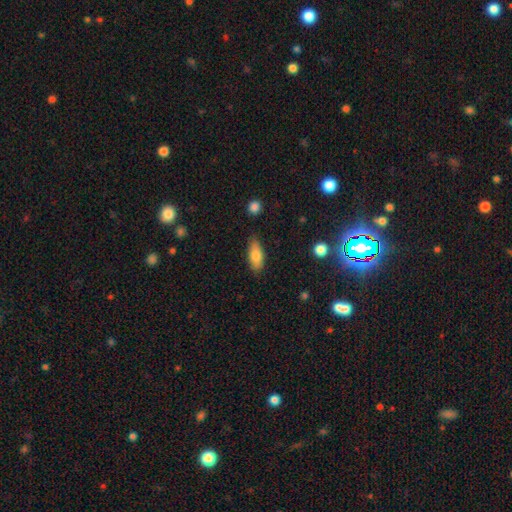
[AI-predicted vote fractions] Smooth or featured: smooth — 79% (featured or disk — 14%)
How rounded: in between — 79% (cigar-shaped — 18%)
Merging: none — 80% (minor disturbance — 15%)